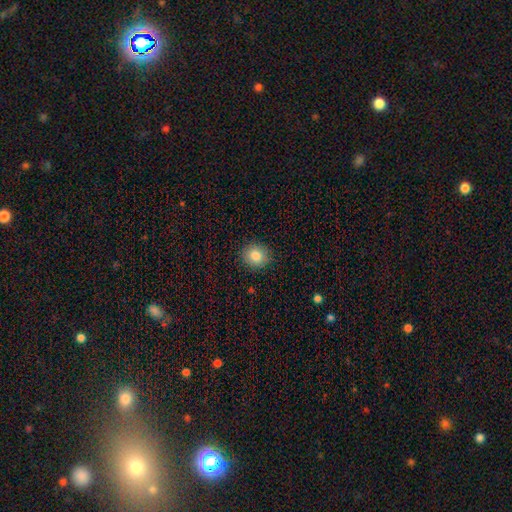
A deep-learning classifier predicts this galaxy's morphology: Smooth or featured?
  - smooth: 83% *
  - star or artifact: 9%
  - featured or disk: 7%
How rounded?
  - round: 84% *
  - in between: 15%
  - cigar-shaped: 1%
Merging?
  - none: 90% *
  - minor disturbance: 7%
  - major disturbance: 2%
  - merger: 1%